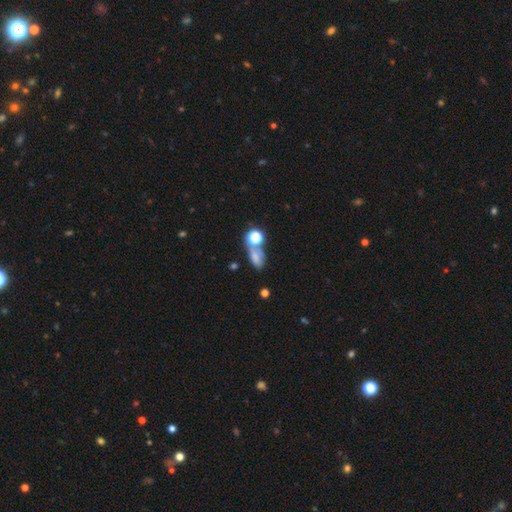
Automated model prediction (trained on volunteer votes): Q: Smooth or featured?
A: smooth (64%); runner-up: star or artifact (19%)
Q: How rounded?
A: in between (71%); runner-up: round (22%)
Q: Merging?
A: none (39%); runner-up: merger (34%)